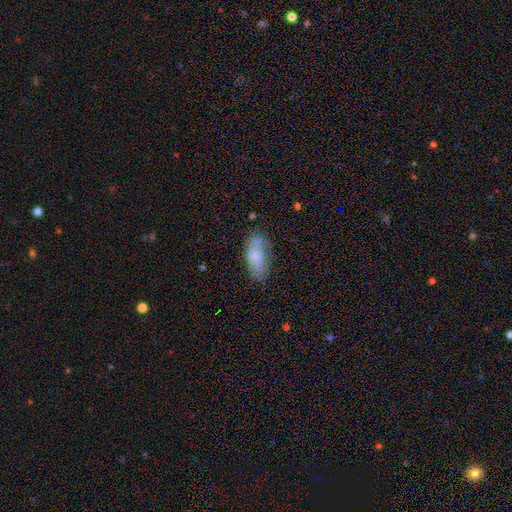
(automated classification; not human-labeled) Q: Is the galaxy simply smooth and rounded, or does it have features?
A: smooth — 62%.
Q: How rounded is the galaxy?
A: in between — 86%.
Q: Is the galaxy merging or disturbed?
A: none — 57%.